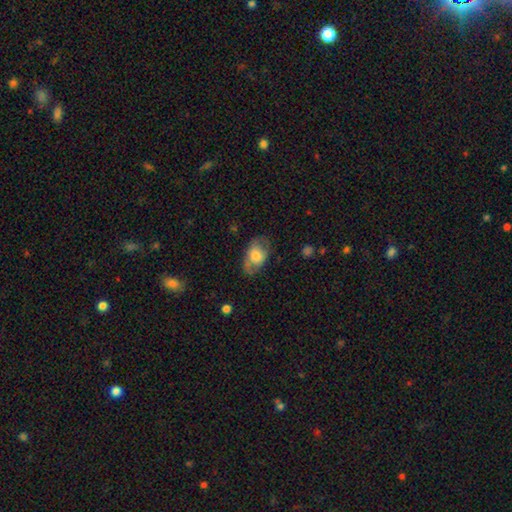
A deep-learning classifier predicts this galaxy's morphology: Q: Smooth or featured?
A: smooth (63%); runner-up: featured or disk (30%)
Q: How rounded?
A: in between (85%); runner-up: round (13%)
Q: Merging?
A: none (63%); runner-up: minor disturbance (23%)